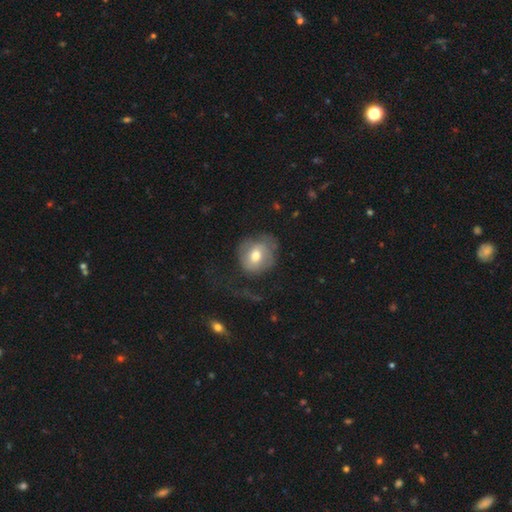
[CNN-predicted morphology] Overall: smooth (62%; featured or disk 30%). How rounded: round (74%). Merging: none (44%; major disturbance 33%).